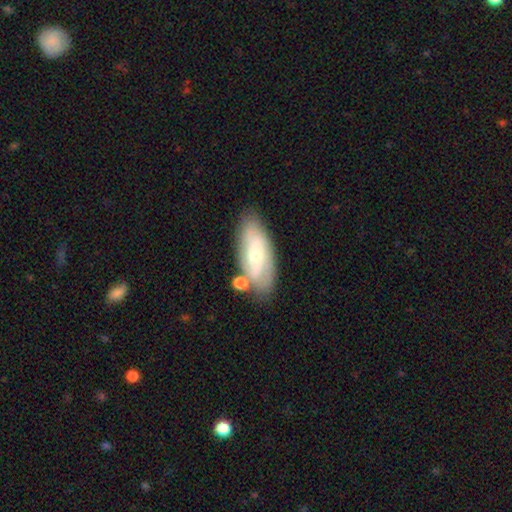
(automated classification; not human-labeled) This appears to be a featured or disk galaxy (55%). Merging: none (68%).